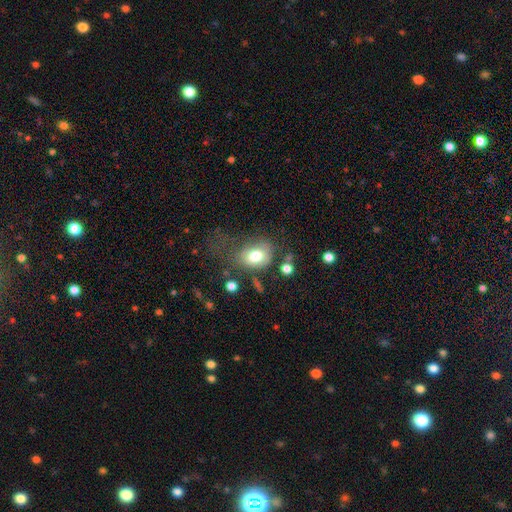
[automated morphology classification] A smooth galaxy with no disk features (75%) that is in between round and cigar-shaped (68%). Merging: none (38%).